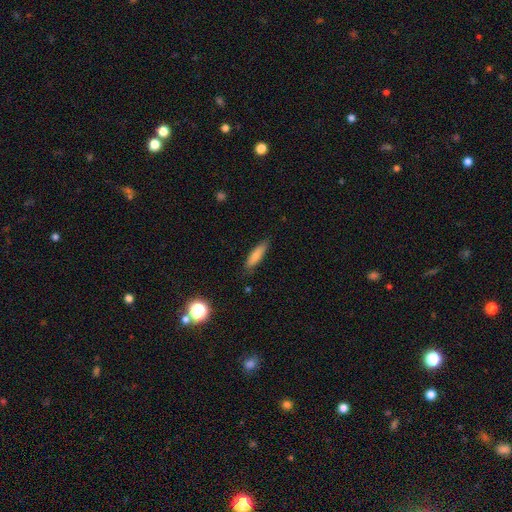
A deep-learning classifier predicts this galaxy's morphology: smooth_or_featured: smooth (p=0.77) [alt: featured or disk p=0.16]
how_rounded: cigar-shaped (p=0.66) [alt: in between p=0.32]
merging: none (p=0.81) [alt: minor disturbance p=0.15]